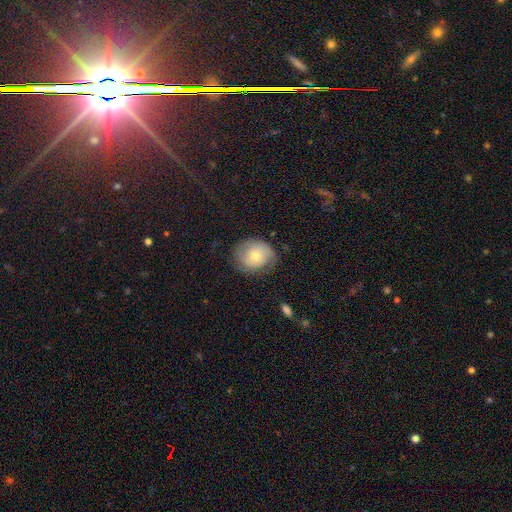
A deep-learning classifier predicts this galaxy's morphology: smooth 51%, featured or disk 41%, star or artifact 8%. Down the decision tree: how rounded — round (74%); merging — none (66%).